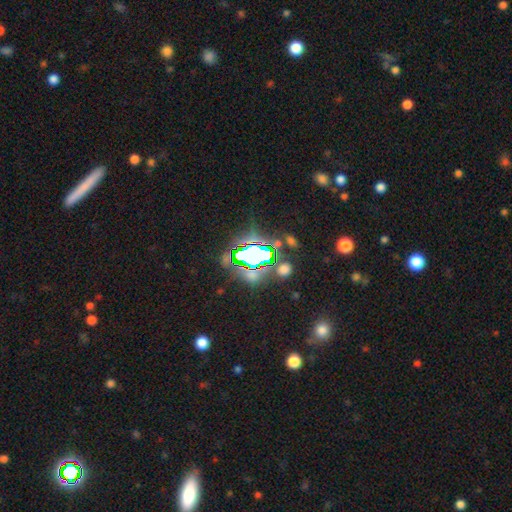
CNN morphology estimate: Q: Smooth or featured?
A: star or artifact (71%); runner-up: smooth (18%)